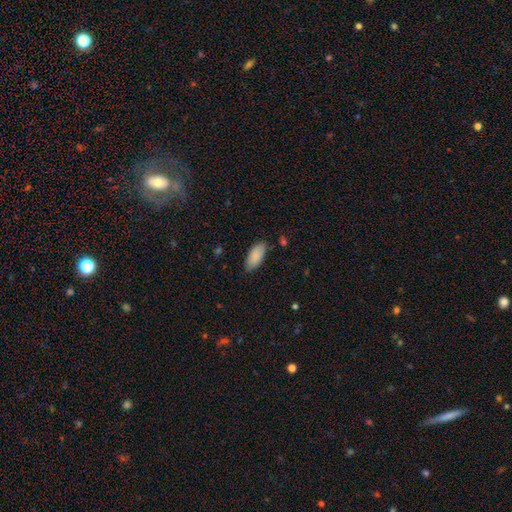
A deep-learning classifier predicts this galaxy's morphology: This is clearly a smooth galaxy (89%). How rounded: clearly in between (90%). Merging: clearly none (81%).